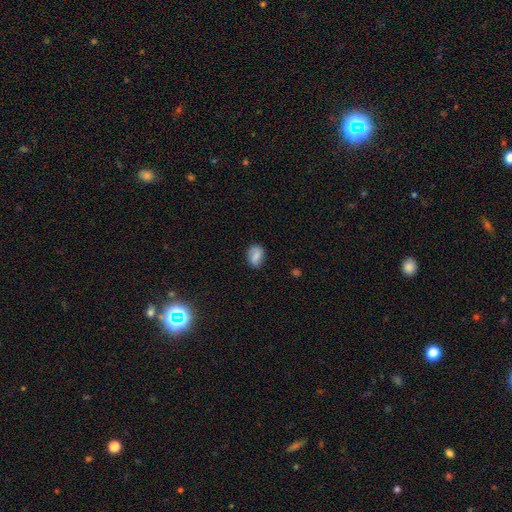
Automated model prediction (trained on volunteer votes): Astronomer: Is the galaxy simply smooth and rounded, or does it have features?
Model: smooth — 69%.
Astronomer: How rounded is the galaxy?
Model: in between — 73%.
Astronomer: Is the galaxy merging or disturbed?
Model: none — 72%.